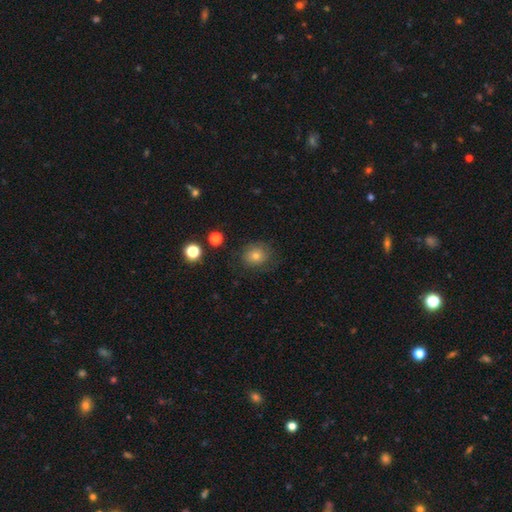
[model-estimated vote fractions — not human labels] Overall: smooth (69%). How rounded: round (79%). Merging: none (79%).